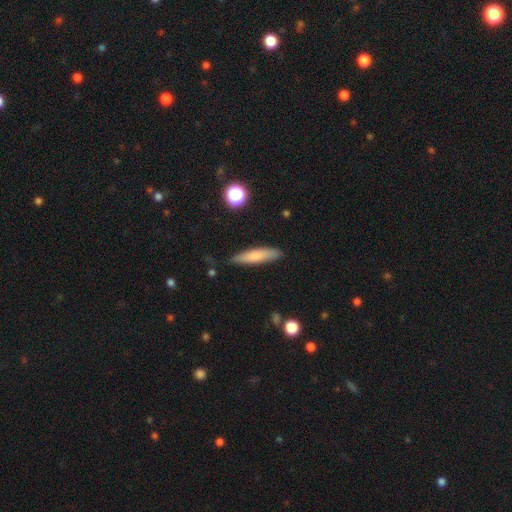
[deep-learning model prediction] This is likely a smooth galaxy (75%). How rounded: clearly cigar-shaped (83%). Merging: clearly none (83%).